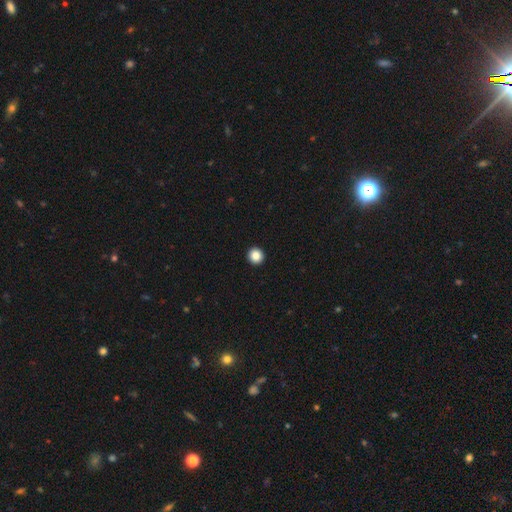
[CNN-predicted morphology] type=smooth (87%); roundness=round (96%); merging=none (95%).